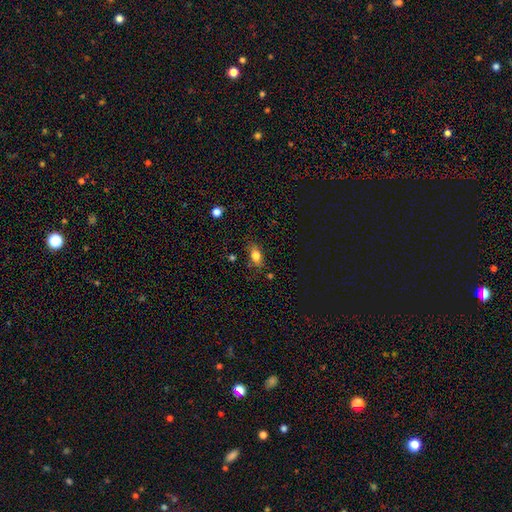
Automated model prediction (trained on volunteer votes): smooth-or-featured: smooth: 80% | featured or disk: 10% | star or artifact: 10%
  how-rounded: in between: 83% | round: 11% | cigar-shaped: 7%
  merging: none: 74% | minor disturbance: 18% | major disturbance: 5% | merger: 3%